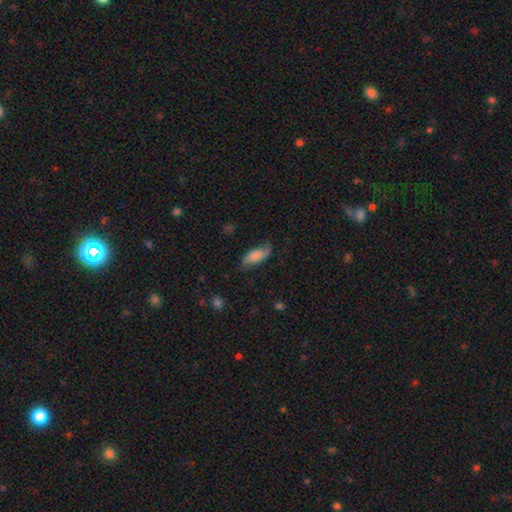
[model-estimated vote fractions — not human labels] Smooth or featured: smooth — 58% (featured or disk — 34%)
How rounded: in between — 81% (cigar-shaped — 16%)
Merging: none — 67% (minor disturbance — 24%)